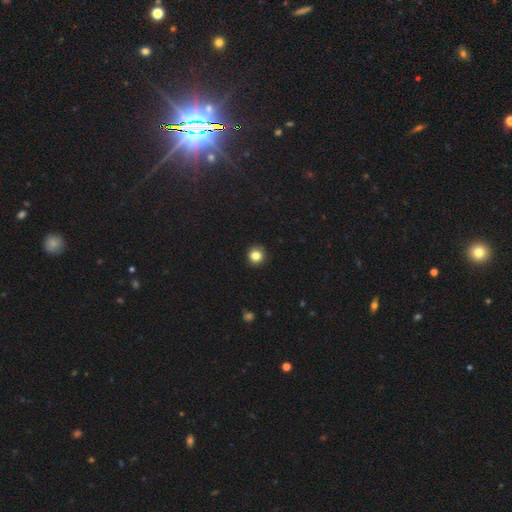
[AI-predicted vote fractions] smooth_or_featured: smooth (p=0.84) [alt: star or artifact p=0.12]
how_rounded: round (p=0.93) [alt: in between p=0.06]
merging: none (p=0.92) [alt: minor disturbance p=0.06]